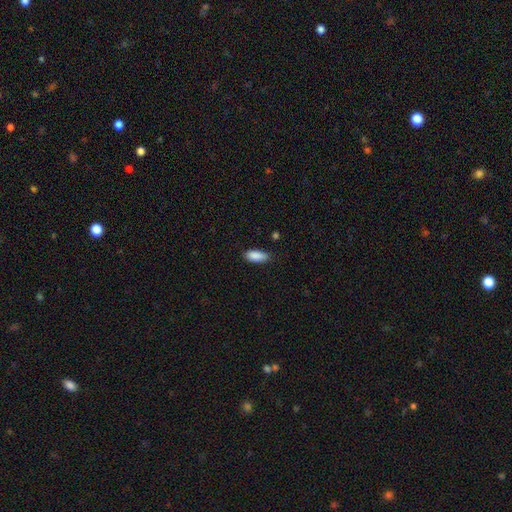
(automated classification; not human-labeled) Smooth or featured?
  - smooth: 89% *
  - star or artifact: 7%
  - featured or disk: 4%
How rounded?
  - in between: 83% *
  - cigar-shaped: 15%
  - round: 2%
Merging?
  - none: 81% *
  - minor disturbance: 15%
  - major disturbance: 3%
  - merger: 1%